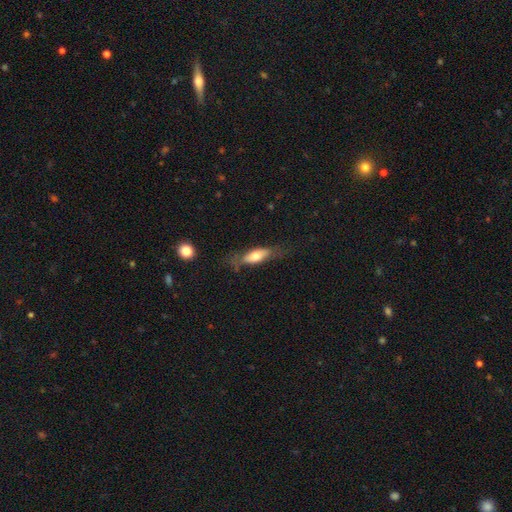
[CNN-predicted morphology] smooth_or_featured: smooth (p=0.61) [alt: featured or disk p=0.32]
how_rounded: in between (p=0.61) [alt: cigar-shaped p=0.36]
merging: none (p=0.59) [alt: minor disturbance p=0.25]